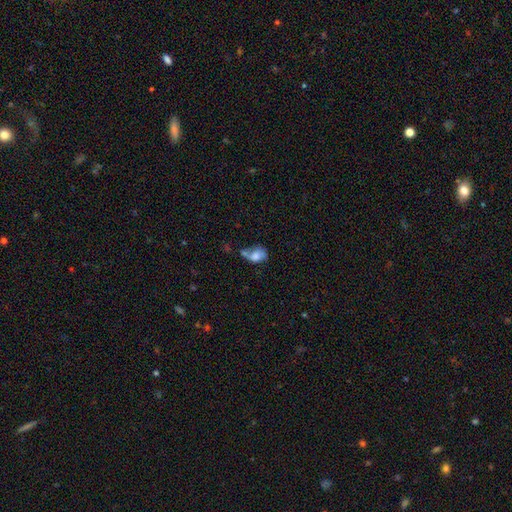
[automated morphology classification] smooth_or_featured: smooth (p=0.56) [alt: featured or disk p=0.33]
how_rounded: in between (p=0.69) [alt: round p=0.29]
merging: none (p=0.27) [tied with: merger p=0.27]